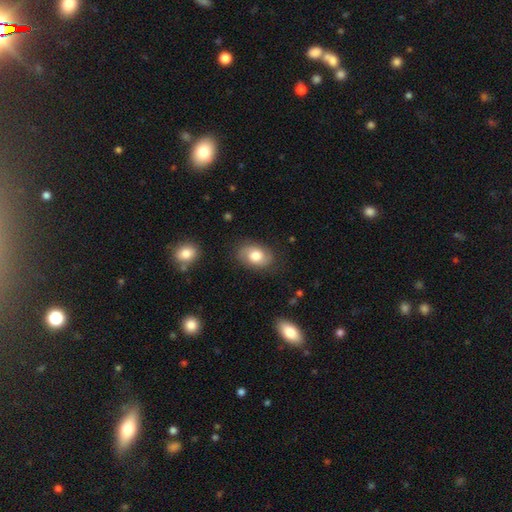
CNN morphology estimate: A smooth galaxy with no disk features (51%) that is in between round and cigar-shaped (75%). Merging: none (78%).